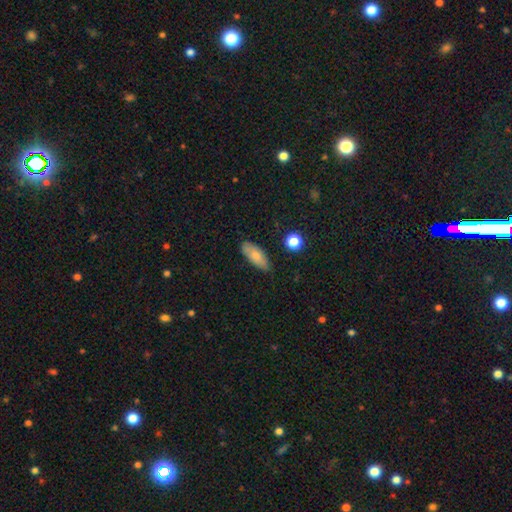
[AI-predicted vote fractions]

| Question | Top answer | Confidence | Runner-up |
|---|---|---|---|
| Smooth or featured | smooth | 73% | featured or disk (20%) |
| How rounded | in between | 79% | cigar-shaped (18%) |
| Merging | none | 75% | minor disturbance (20%) |